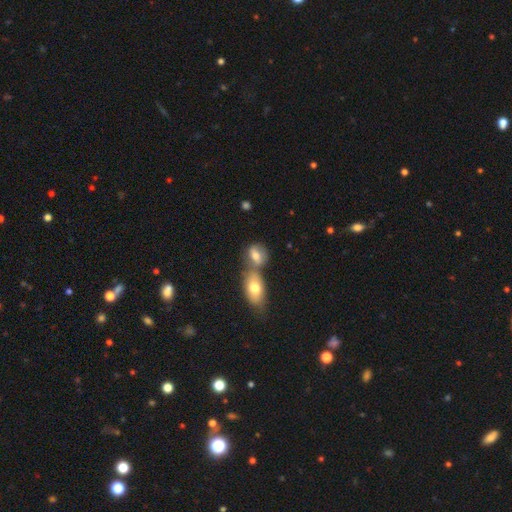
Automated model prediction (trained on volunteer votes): The model was most divided on "merging": merger: 47%, none: 38%, minor disturbance: 11%, major disturbance: 4%. More confident: how rounded — in between (74%); smooth or featured — smooth (69%).